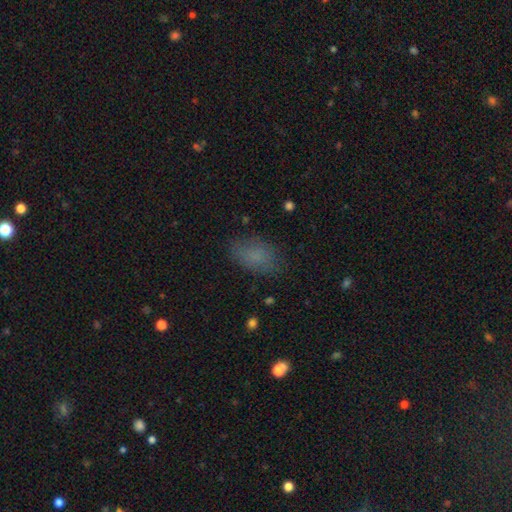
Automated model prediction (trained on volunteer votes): Smooth or featured?
  - smooth: 78% *
  - star or artifact: 12%
  - featured or disk: 10%
How rounded?
  - in between: 89% *
  - round: 9%
  - cigar-shaped: 2%
Merging?
  - none: 75% *
  - minor disturbance: 17%
  - major disturbance: 7%
  - merger: 1%